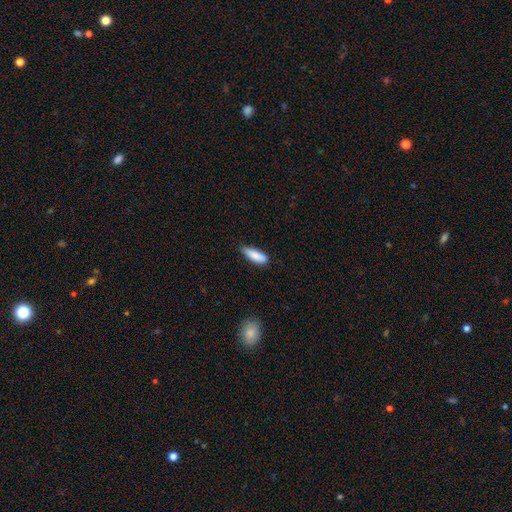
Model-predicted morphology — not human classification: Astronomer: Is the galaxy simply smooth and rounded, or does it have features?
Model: smooth — 86%.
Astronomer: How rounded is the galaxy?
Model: in between — 58% (runner-up: cigar-shaped, 40%).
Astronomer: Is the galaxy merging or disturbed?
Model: none — 71%.